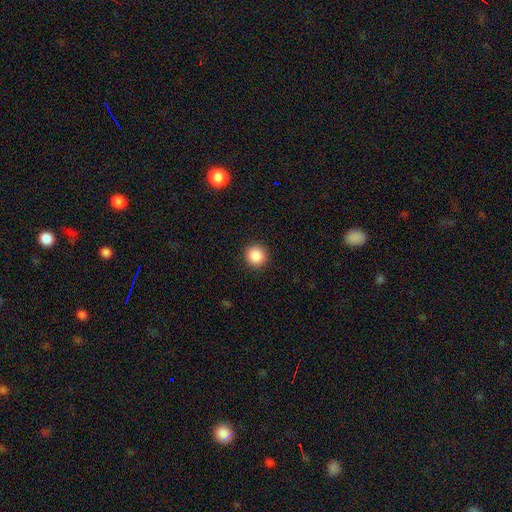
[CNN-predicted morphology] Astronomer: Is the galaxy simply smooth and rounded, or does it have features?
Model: smooth — 88%.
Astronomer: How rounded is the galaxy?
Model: round — 94%.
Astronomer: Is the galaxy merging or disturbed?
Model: none — 92%.